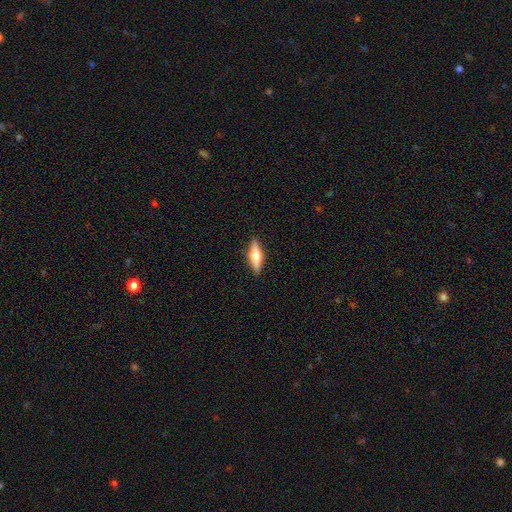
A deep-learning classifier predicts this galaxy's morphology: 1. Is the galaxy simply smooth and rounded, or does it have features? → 54% featured or disk, 39% smooth, 6% star or artifact.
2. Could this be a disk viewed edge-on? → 95% yes, 5% no.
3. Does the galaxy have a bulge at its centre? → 94% rounded, 5% boxy, 2% none.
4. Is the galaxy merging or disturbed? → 90% none, 8% minor disturbance, 2% major disturbance, 1% merger.